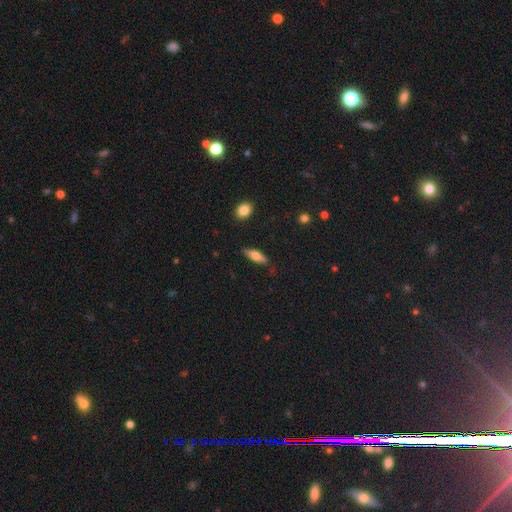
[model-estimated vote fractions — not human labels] Smooth or featured: smooth — 65% (featured or disk — 29%)
How rounded: in between — 55% (cigar-shaped — 42%)
Merging: none — 84% (minor disturbance — 12%)